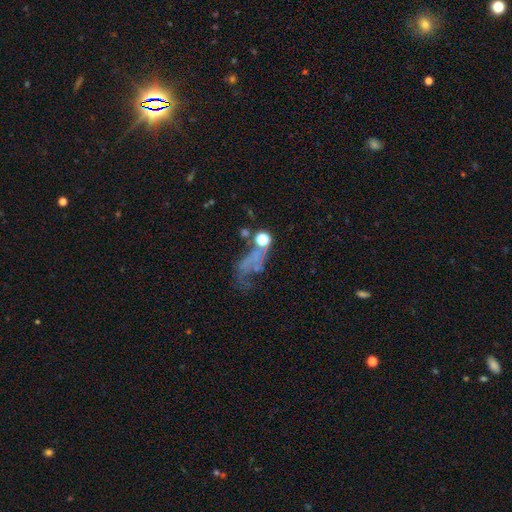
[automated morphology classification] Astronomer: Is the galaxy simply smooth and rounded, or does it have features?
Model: featured or disk — 36% (runner-up: star or artifact, 33%).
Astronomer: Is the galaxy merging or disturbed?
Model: major disturbance — 40% (runner-up: none, 29%).